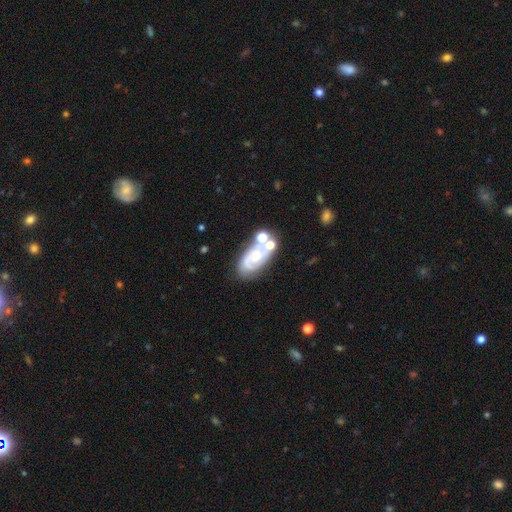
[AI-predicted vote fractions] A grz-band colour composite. It shows a featured or disk galaxy (68%) with no bar (67%), 2 (52%) tight (45%) spiral arms (83%) and a small central bulge (42%). Merging: none (49%).